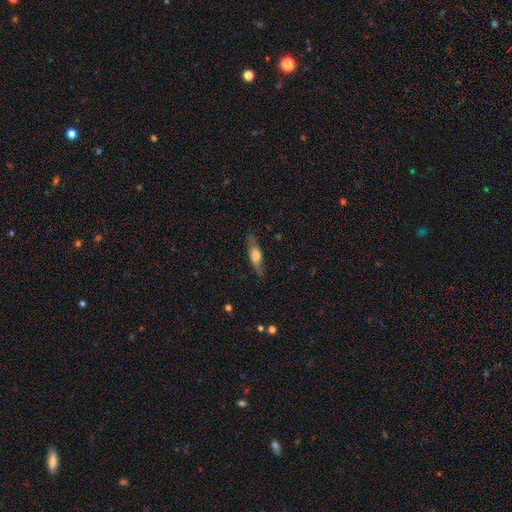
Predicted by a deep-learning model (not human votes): The model was most divided on "how rounded": in between: 50%, cigar-shaped: 46%, round: 3%. More confident: merging — none (74%); smooth or featured — smooth (53%).